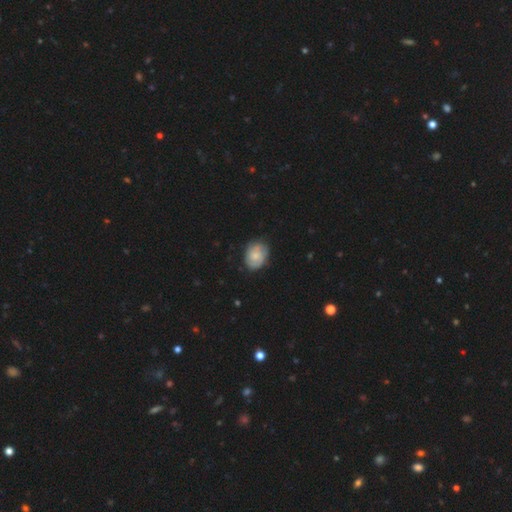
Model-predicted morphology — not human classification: smooth_or_featured: smooth (p=0.49) [alt: featured or disk p=0.44]
merging: none (p=0.75) [alt: minor disturbance p=0.20]